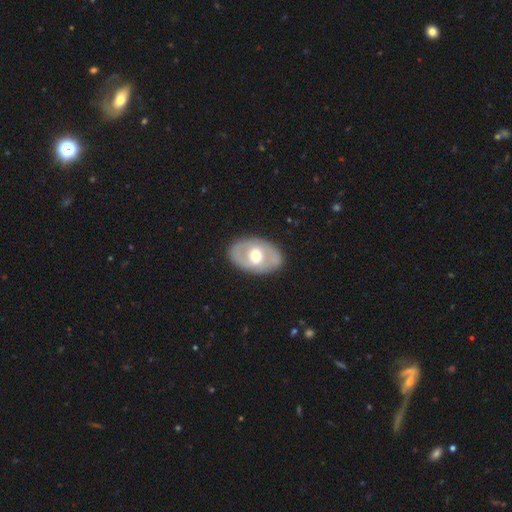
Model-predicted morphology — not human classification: A featured or disk galaxy (61%) with no bar (47%), no spiral arms (57%) and a moderate central bulge (71%).

Vote fractions:
- Smooth or featured? featured or disk: 61% / smooth: 34% / star or artifact: 5%
- Edge-on disk? no: 93% / yes: 7%
- Bar? no: 47% / weak: 38% / strong: 15%
- Spiral arms? no: 57% / yes: 43%
- Bulge size? moderate: 71% / large: 15% / small: 12% / dominant: 1% / none: 1%
- Merging? none: 84% / minor disturbance: 11% / major disturbance: 3% / merger: 1%